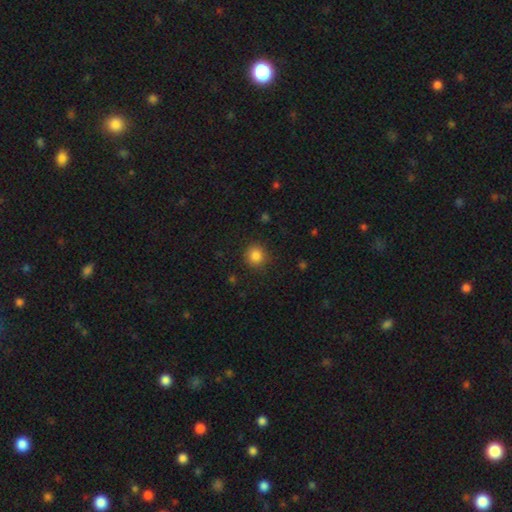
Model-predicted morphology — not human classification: A smooth galaxy with no disk features (85%) that is round (89%).

Vote fractions:
- Smooth or featured? smooth: 85% / star or artifact: 11% / featured or disk: 4%
- How rounded? round: 89% / in between: 10% / cigar-shaped: 1%
- Merging? none: 88% / minor disturbance: 8% / major disturbance: 3% / merger: 1%